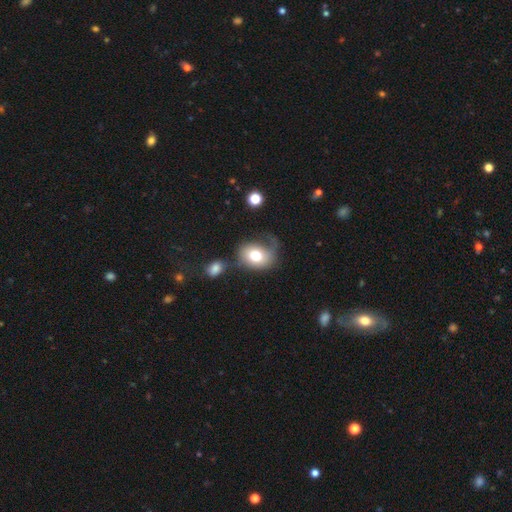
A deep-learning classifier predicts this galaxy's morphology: Smooth or featured? Predicted: smooth (p=0.71). How rounded? Predicted: in between (p=0.55). Merging? Predicted: none (p=0.40).